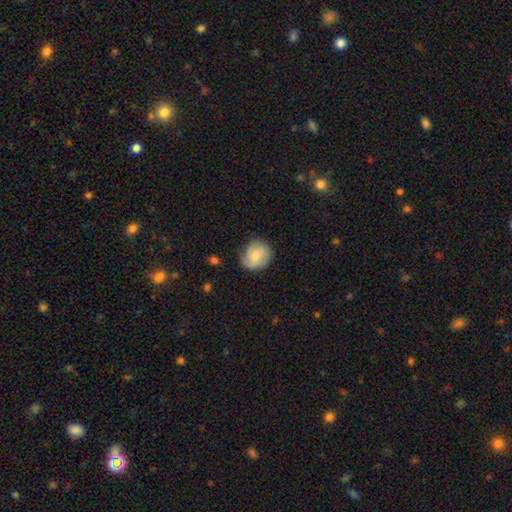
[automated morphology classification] smooth_or_featured: smooth (p=0.62) [alt: featured or disk p=0.31]
how_rounded: round (p=0.82) [alt: in between p=0.17]
merging: none (p=0.69) [alt: minor disturbance p=0.23]